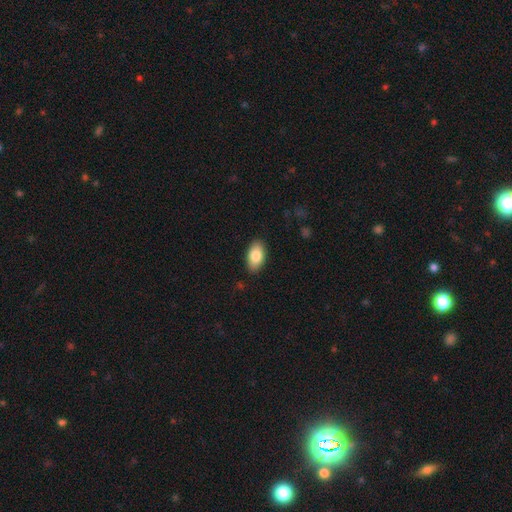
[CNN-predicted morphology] A smooth galaxy with no disk features (84%) that is in between round and cigar-shaped (94%). Merging: none (88%).